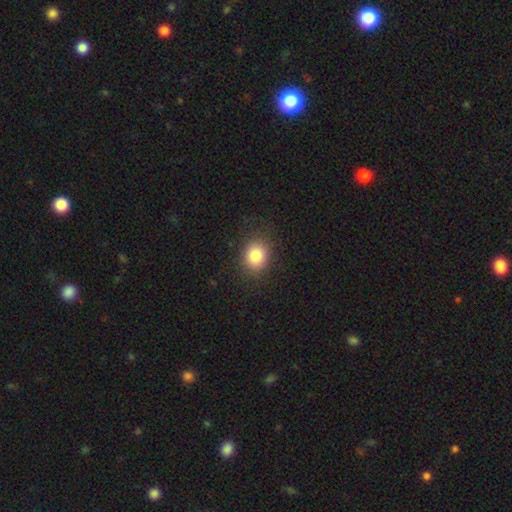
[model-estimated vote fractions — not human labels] Smooth or featured?
  - smooth: 84% *
  - star or artifact: 10%
  - featured or disk: 7%
How rounded?
  - round: 60% *
  - in between: 39%
  - cigar-shaped: 1%
Merging?
  - none: 86% *
  - minor disturbance: 9%
  - major disturbance: 3%
  - merger: 1%